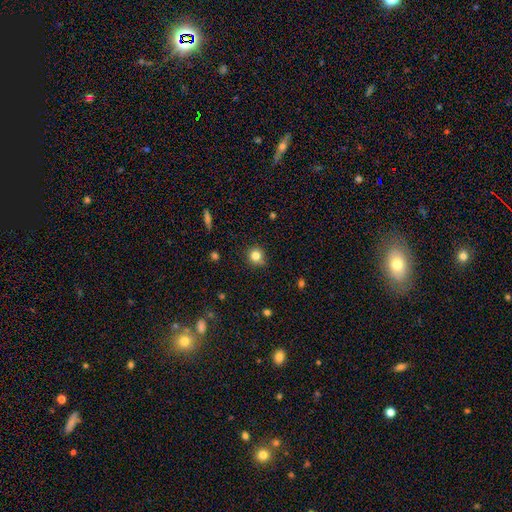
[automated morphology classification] This appears to be a smooth galaxy with no disk features (82%) that is round (89%). Merging: none (83%).